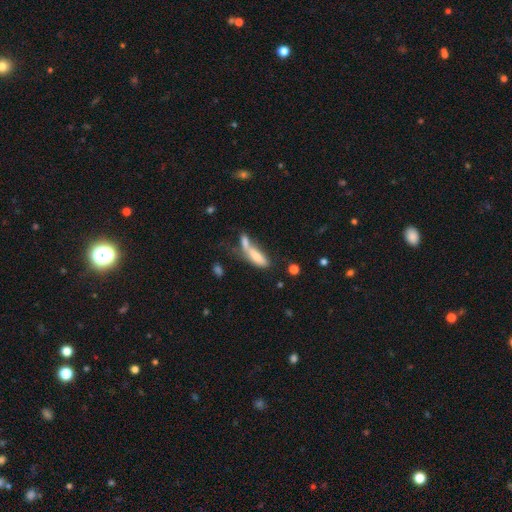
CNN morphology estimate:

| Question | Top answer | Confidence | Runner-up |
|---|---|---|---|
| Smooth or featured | smooth | 68% | featured or disk (24%) |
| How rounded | in between | 50% | cigar-shaped (47%) |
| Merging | merger | 49% | none (26%) |